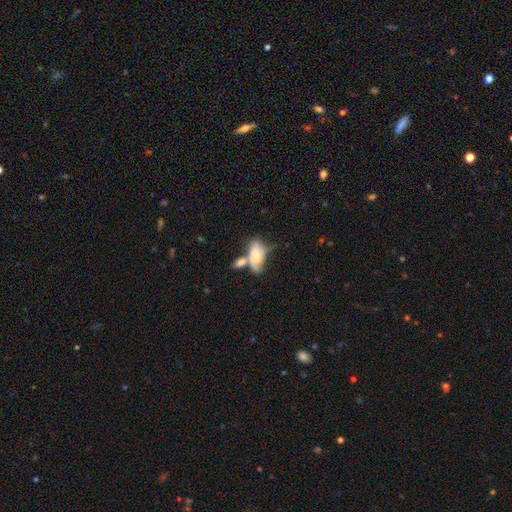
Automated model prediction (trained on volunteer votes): A smooth galaxy with no disk features (60%) that is in between round and cigar-shaped (89%).

Vote fractions:
- Smooth or featured? smooth: 60% / featured or disk: 32% / star or artifact: 8%
- How rounded? in between: 89% / cigar-shaped: 6% / round: 5%
- Merging? merger: 49% / none: 21% / minor disturbance: 16% / major disturbance: 14%